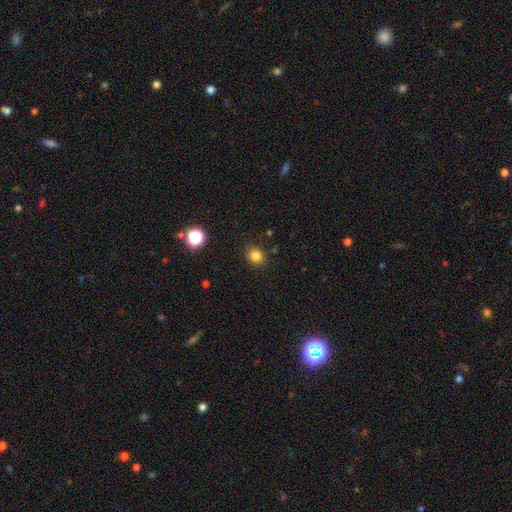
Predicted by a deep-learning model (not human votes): smooth 82%, star or artifact 13%, featured or disk 5%. Down the decision tree: how rounded — round (74%); merging — none (86%).